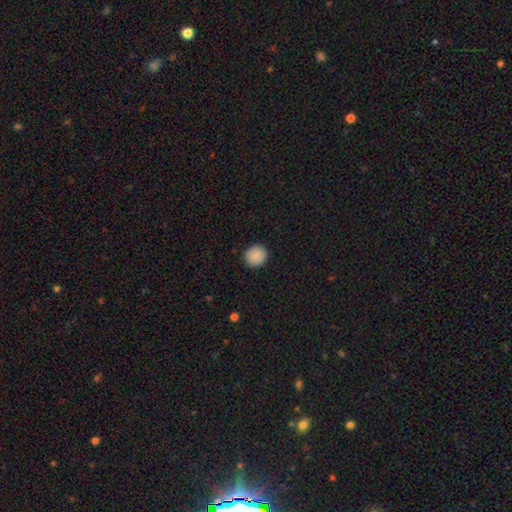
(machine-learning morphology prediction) Smooth or featured?
  - smooth: 89% *
  - star or artifact: 8%
  - featured or disk: 3%
How rounded?
  - round: 91% *
  - in between: 8%
  - cigar-shaped: 1%
Merging?
  - none: 92% *
  - minor disturbance: 5%
  - major disturbance: 2%
  - merger: 1%